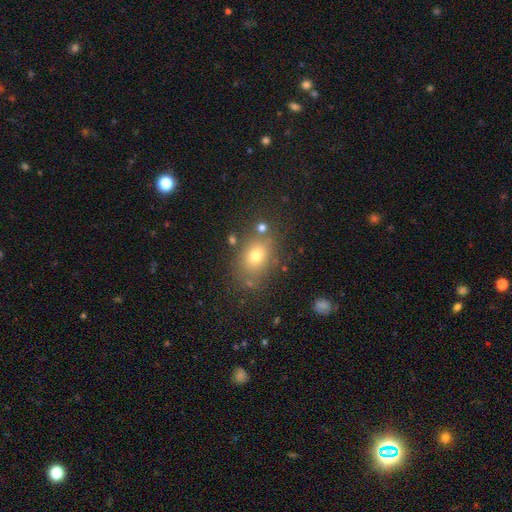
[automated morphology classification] Smooth or featured: smooth — 73% (star or artifact — 14%)
How rounded: in between — 62% (round — 36%)
Merging: none — 74% (minor disturbance — 14%)